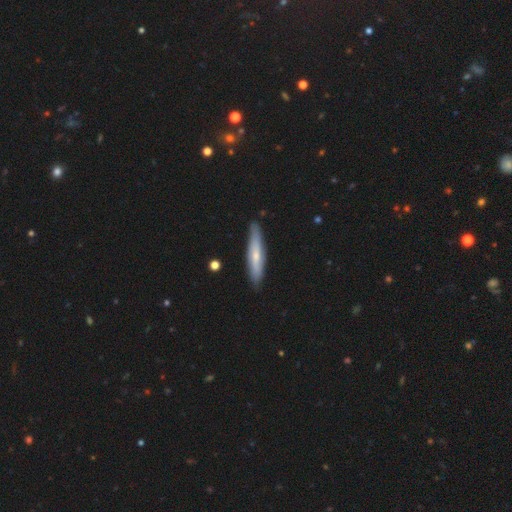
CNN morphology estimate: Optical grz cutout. It shows a smooth galaxy with no disk features (50%). Merging: none (84%).